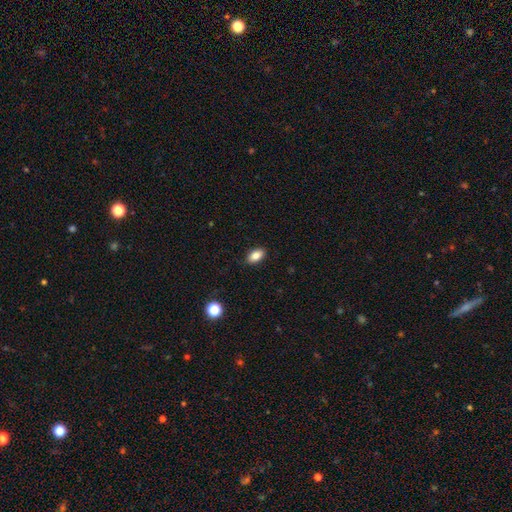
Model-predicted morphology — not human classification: This is clearly a smooth galaxy (85%). How rounded: clearly in between (90%). Merging: clearly none (88%).